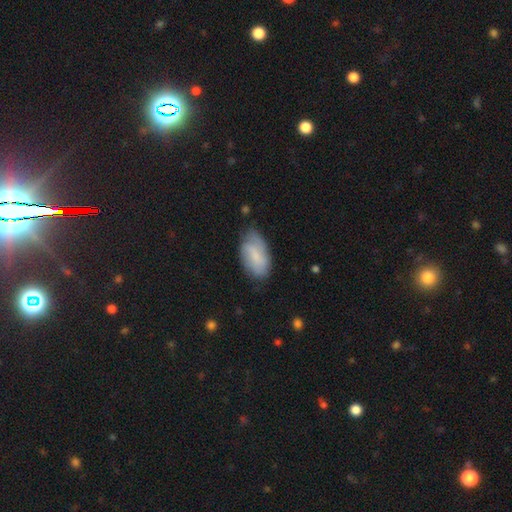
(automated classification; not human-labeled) smooth-or-featured: smooth: 69% | featured or disk: 24% | star or artifact: 7%
  how-rounded: in between: 94% | round: 3% | cigar-shaped: 3%
  merging: none: 64% | minor disturbance: 28% | major disturbance: 7% | merger: 2%